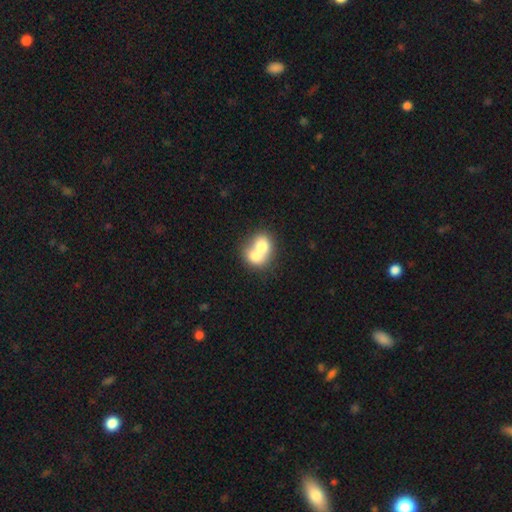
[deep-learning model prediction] A smooth galaxy with no disk features (69%) that is round (55%). Merging: merger (75%).